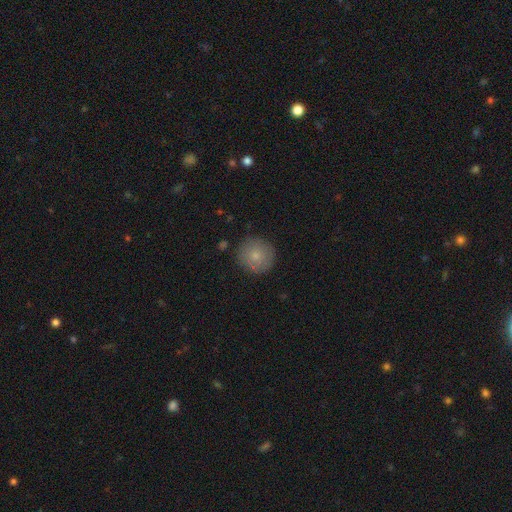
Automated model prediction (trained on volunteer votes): smooth_or_featured: smooth (p=0.80) [alt: featured or disk p=0.12]
how_rounded: round (p=0.94) [alt: in between p=0.05]
merging: none (p=0.86) [alt: minor disturbance p=0.10]